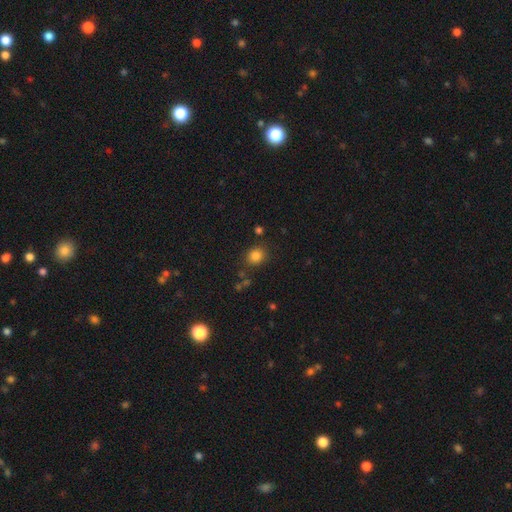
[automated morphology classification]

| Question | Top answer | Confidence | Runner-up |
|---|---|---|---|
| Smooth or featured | smooth | 82% | star or artifact (13%) |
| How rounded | round | 71% | in between (28%) |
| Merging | none | 82% | minor disturbance (10%) |